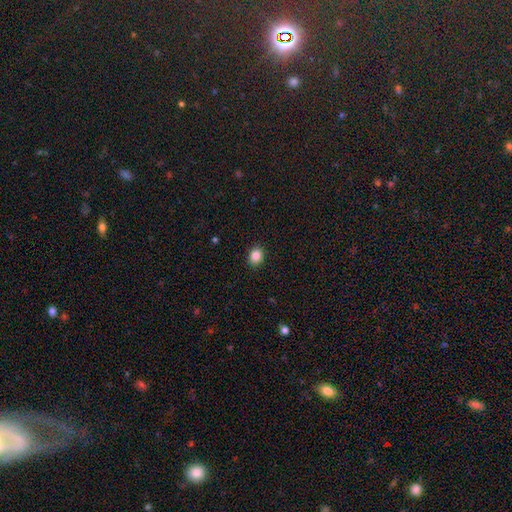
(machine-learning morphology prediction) smooth_or_featured: smooth (p=0.85) [alt: star or artifact p=0.10]
how_rounded: round (p=0.55) [alt: in between p=0.44]
merging: none (p=0.90) [alt: minor disturbance p=0.07]